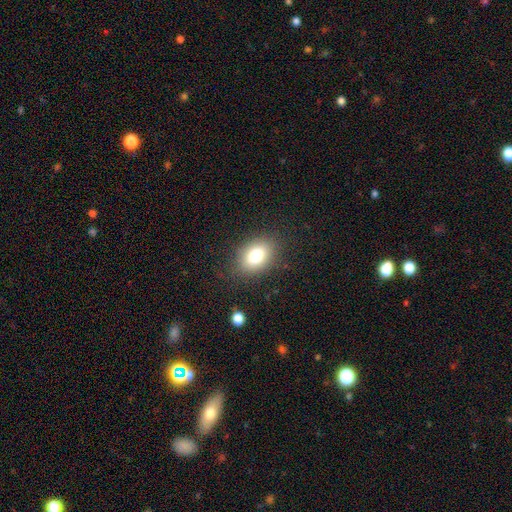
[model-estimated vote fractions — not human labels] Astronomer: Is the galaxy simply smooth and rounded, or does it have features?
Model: smooth — 81%.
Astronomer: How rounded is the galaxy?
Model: in between — 79%.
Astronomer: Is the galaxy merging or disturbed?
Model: none — 83%.